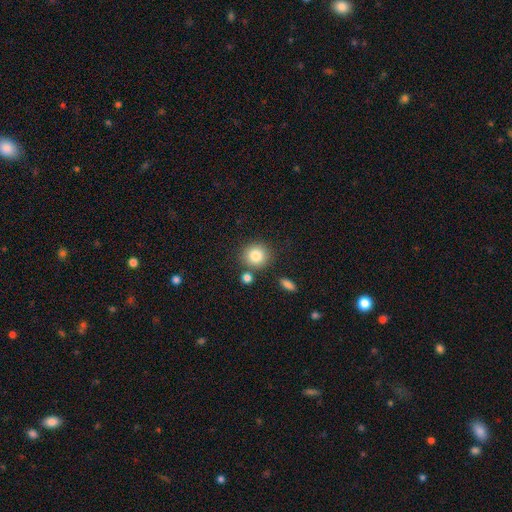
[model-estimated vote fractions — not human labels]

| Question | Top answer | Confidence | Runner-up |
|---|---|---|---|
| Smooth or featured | smooth | 84% | star or artifact (9%) |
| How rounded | round | 87% | in between (12%) |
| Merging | none | 78% | merger (9%) |